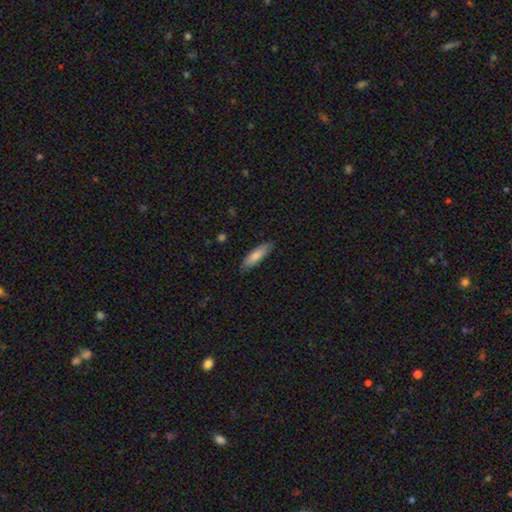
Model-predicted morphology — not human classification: The model was most divided on "how rounded": cigar-shaped: 65%, in between: 33%, round: 1%. More confident: merging — none (86%); smooth or featured — smooth (80%).